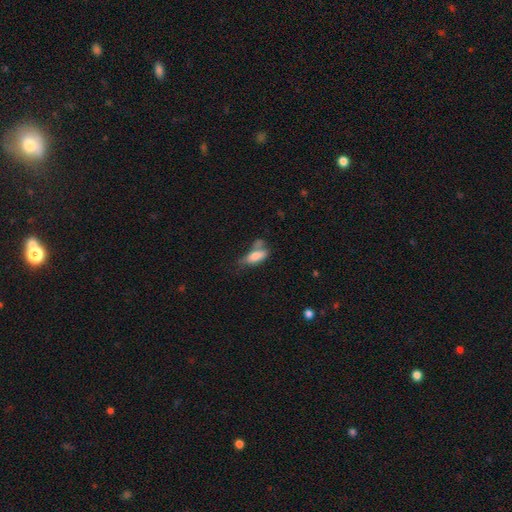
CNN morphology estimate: A smooth galaxy with no disk features (76%) that is in between round and cigar-shaped (76%). Merging: none (33%).